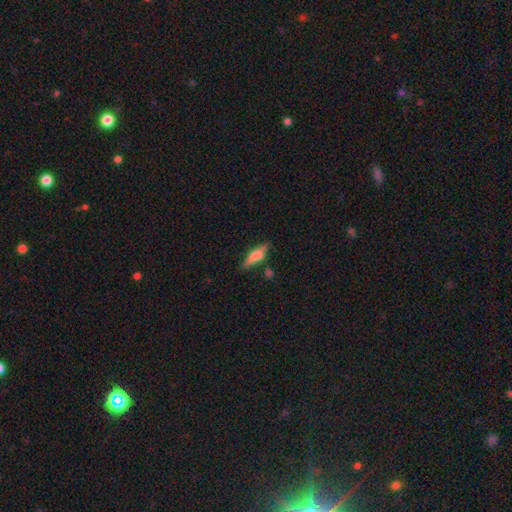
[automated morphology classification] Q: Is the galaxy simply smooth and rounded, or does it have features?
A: smooth — 59%.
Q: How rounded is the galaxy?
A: cigar-shaped — 63%.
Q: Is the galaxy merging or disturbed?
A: none — 72%.